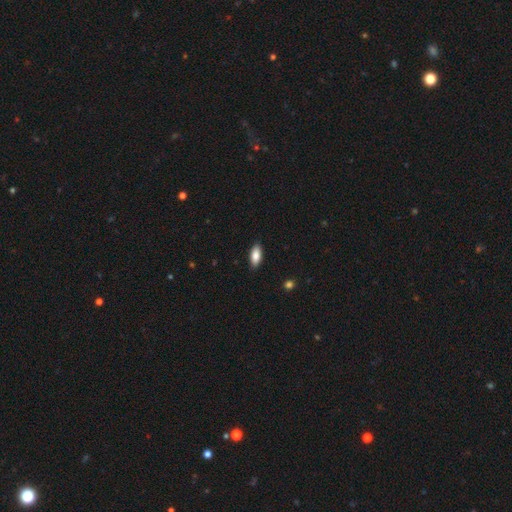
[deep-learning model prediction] This appears to be a smooth galaxy with no disk features (84%) that is in between round and cigar-shaped (86%). Merging: none (88%).